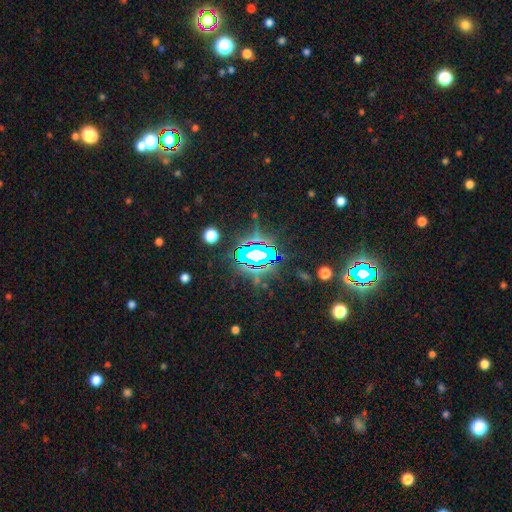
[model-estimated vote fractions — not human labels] Smooth or featured? Predicted: star or artifact (p=0.75).